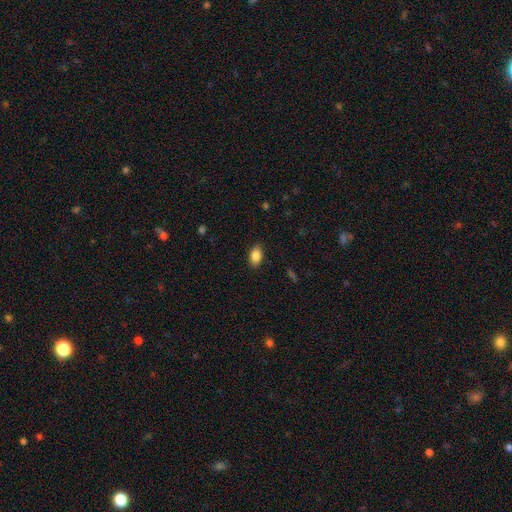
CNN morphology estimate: A smooth galaxy with no disk features (86%) that is in between round and cigar-shaped (90%). Merging: none (87%).